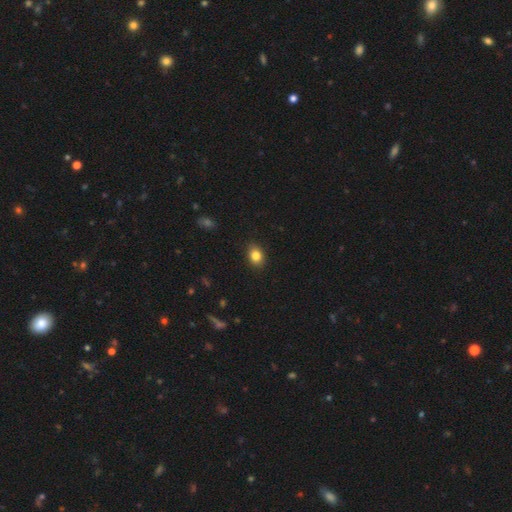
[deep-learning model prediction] Smooth or featured: smooth — 83% (star or artifact — 10%)
How rounded: in between — 63% (round — 35%)
Merging: none — 87% (minor disturbance — 10%)